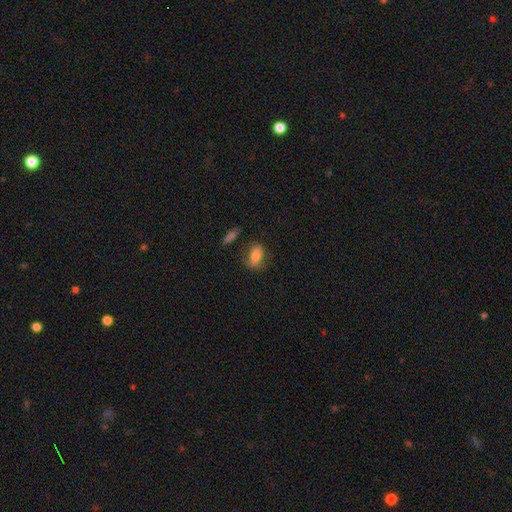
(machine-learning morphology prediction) type=smooth (73%); roundness=in between (82%); merging=none (64%).